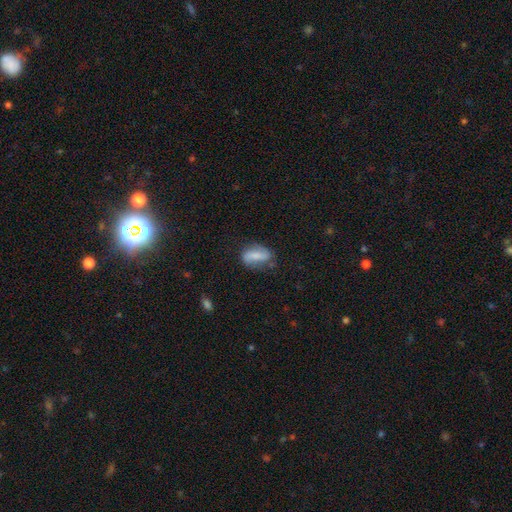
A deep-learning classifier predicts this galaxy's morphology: type=smooth (46%, tied with featured or disk); merging=none (64%).